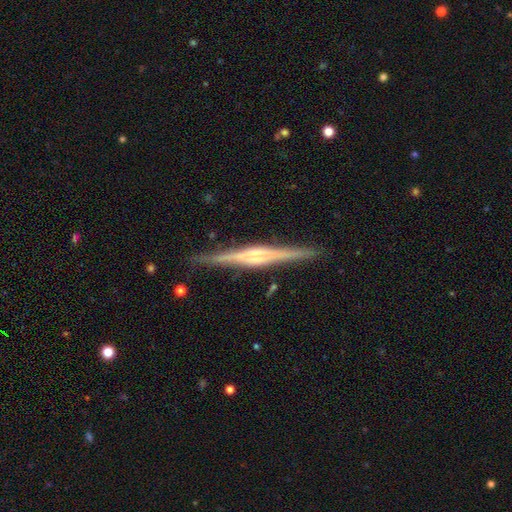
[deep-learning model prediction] Morphology: type=featured or disk (85%); edge-on=yes (98%); edge-on bulge=boxy (44%, tied with rounded); merging=none (89%).